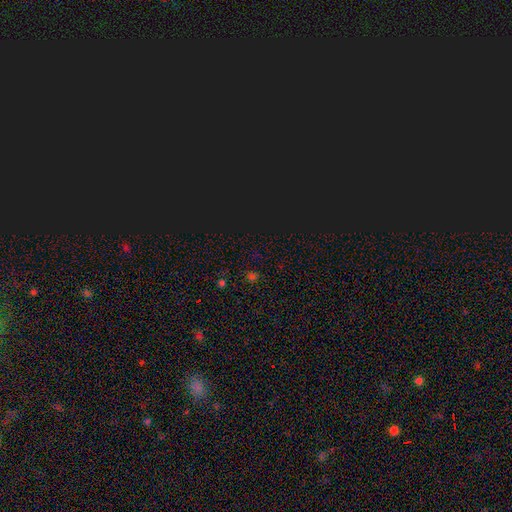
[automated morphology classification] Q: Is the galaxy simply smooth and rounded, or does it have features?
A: star or artifact — 67%.